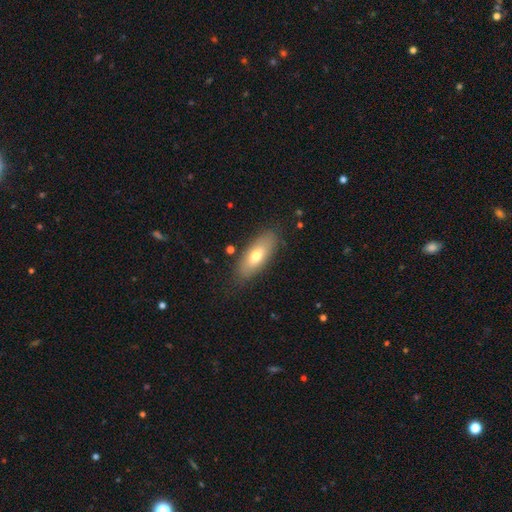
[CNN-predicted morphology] Smooth or featured? smooth (70%)
How rounded? in between (75%)
Merging? none (83%)